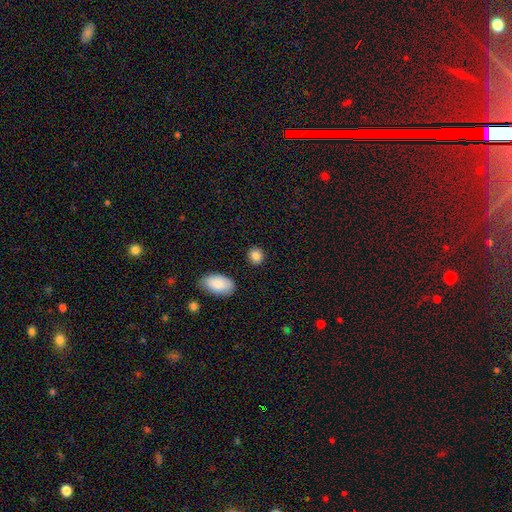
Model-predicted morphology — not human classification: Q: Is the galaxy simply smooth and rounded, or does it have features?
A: smooth — 87%.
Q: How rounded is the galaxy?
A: round — 77%.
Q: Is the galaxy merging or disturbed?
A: none — 87%.